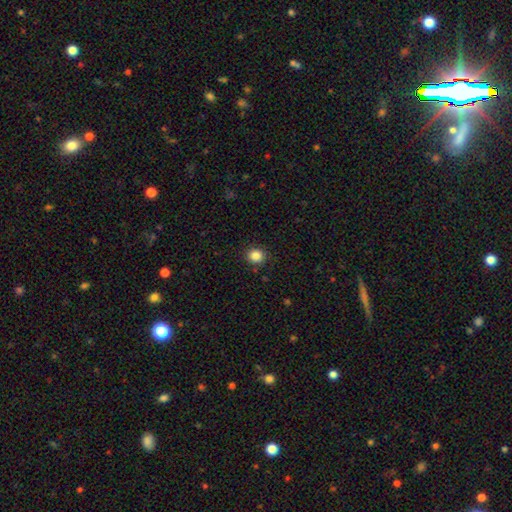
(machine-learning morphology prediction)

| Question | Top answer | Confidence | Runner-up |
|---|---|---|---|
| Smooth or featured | smooth | 85% | star or artifact (11%) |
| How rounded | round | 86% | in between (13%) |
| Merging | none | 89% | minor disturbance (7%) |